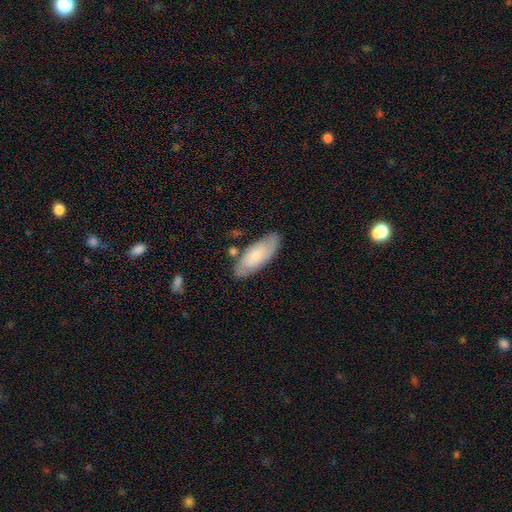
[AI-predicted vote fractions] Q: Smooth or featured?
A: smooth (52%); runner-up: featured or disk (42%)
Q: How rounded?
A: in between (77%); runner-up: cigar-shaped (21%)
Q: Merging?
A: none (75%); runner-up: minor disturbance (17%)